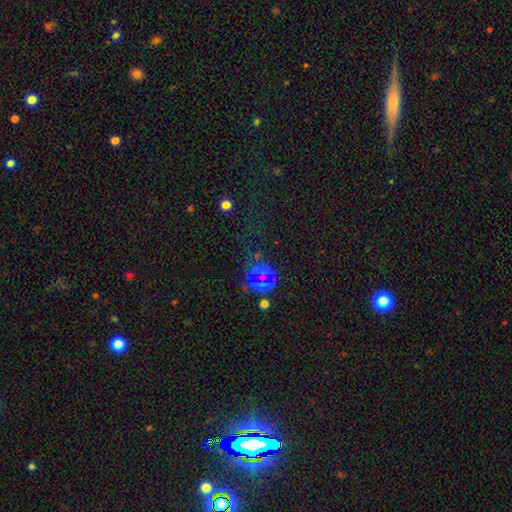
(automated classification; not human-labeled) star or artifact 68%, smooth 21%, featured or disk 11%.